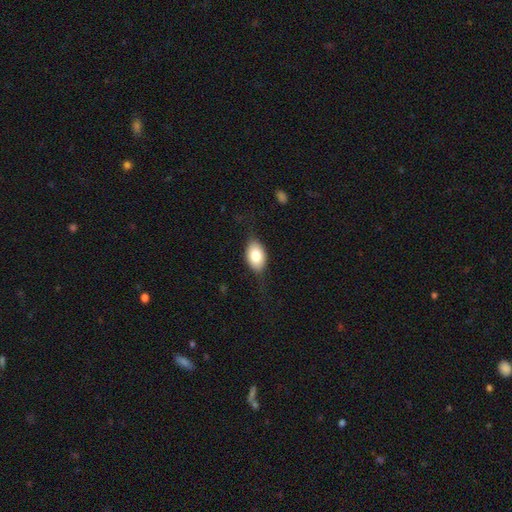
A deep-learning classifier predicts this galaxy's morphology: A smooth galaxy with no disk features (76%) that is in between round and cigar-shaped (87%). Merging: none (72%).